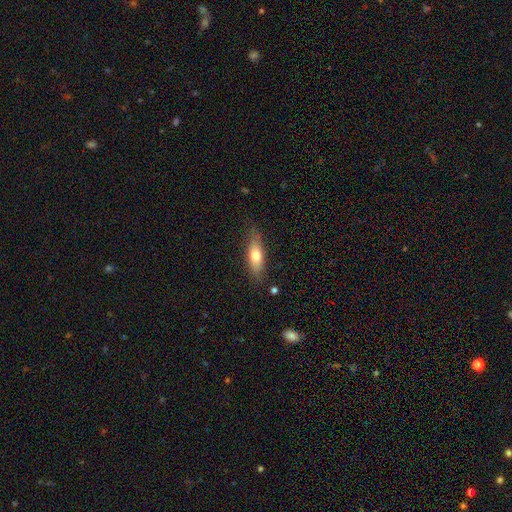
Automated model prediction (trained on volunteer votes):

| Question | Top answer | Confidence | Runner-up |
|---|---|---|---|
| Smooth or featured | smooth | 70% | featured or disk (24%) |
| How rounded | in between | 57% | cigar-shaped (40%) |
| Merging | none | 77% | minor disturbance (17%) |